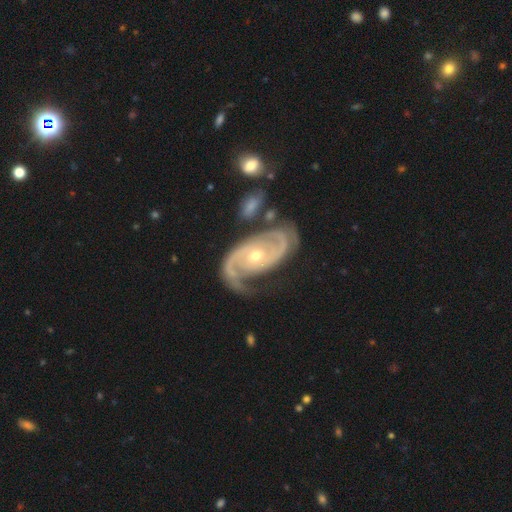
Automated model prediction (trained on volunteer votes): featured or disk 92%, star or artifact 4%, smooth 4%. Down the decision tree: edge-on disk — no (97%); bar — no (66%); spiral arms — yes (98%); spiral arm count — 2 (79%); spiral winding — tight (50%); bulge size — moderate (50%); merging — none (57%).